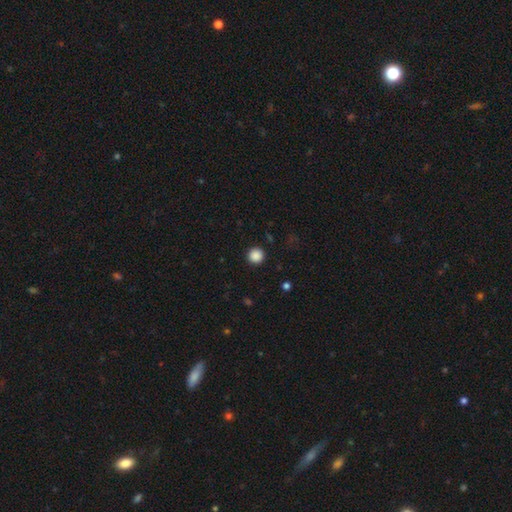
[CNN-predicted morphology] smooth 88%, star or artifact 10%, featured or disk 2%. Down the decision tree: how rounded — round (95%); merging — none (93%).